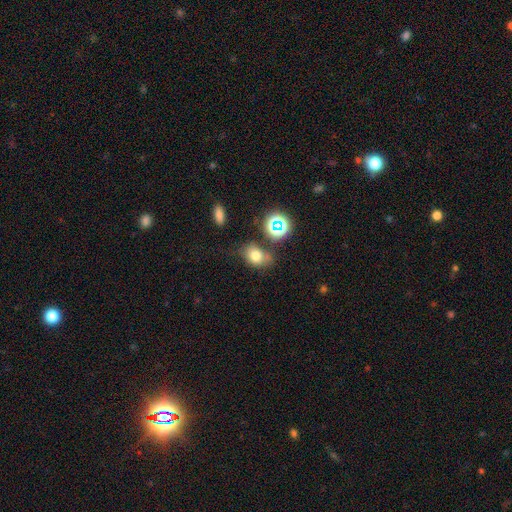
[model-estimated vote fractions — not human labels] Smooth or featured: smooth — 71% (star or artifact — 16%)
How rounded: in between — 71% (round — 28%)
Merging: none — 60% (minor disturbance — 22%)